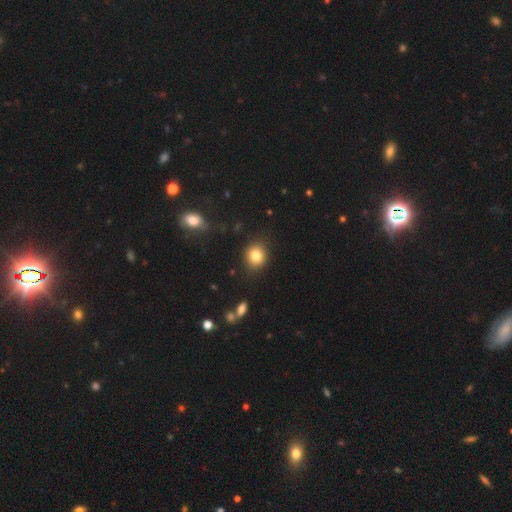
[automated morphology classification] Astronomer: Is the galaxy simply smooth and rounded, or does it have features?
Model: smooth — 82%.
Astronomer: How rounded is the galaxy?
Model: round — 73%.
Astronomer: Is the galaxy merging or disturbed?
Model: none — 85%.